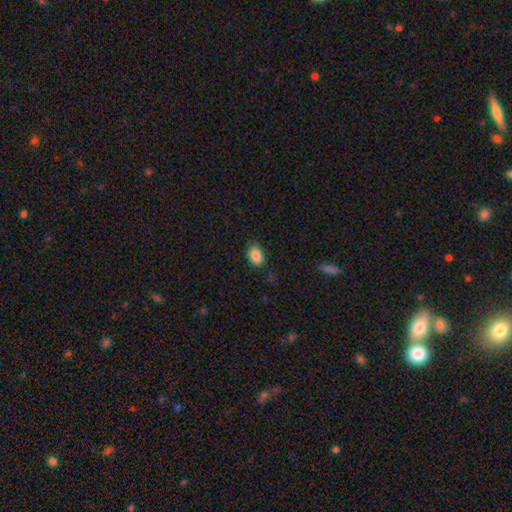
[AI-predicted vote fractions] The model was most divided on "how rounded": in between: 83%, round: 16%, cigar-shaped: 1%. More confident: smooth or featured — smooth (87%); merging — none (83%).